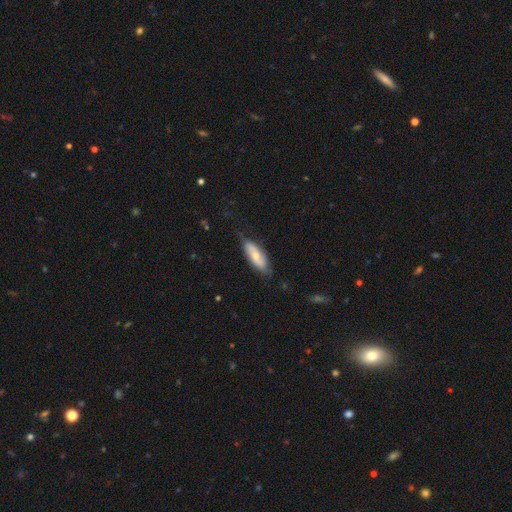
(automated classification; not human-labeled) smooth-or-featured: smooth: 60% | featured or disk: 34% | star or artifact: 6%
  how-rounded: in between: 72% | cigar-shaped: 25% | round: 2%
  merging: none: 65% | minor disturbance: 27% | major disturbance: 7% | merger: 2%